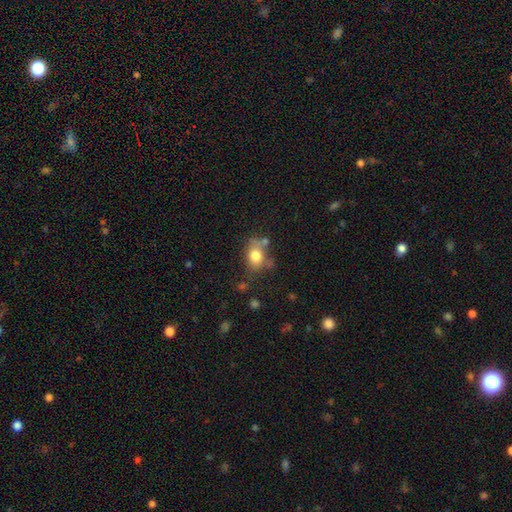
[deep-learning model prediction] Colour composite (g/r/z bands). It shows a smooth galaxy with no disk features (77%) that is in between round and cigar-shaped (62%). Merging: none (52%).